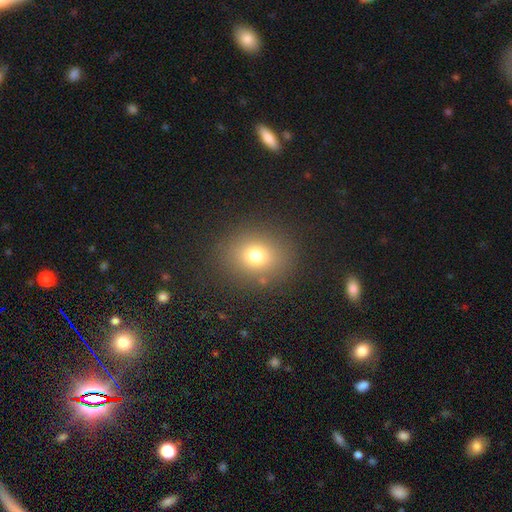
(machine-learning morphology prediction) smooth 75%, star or artifact 16%, featured or disk 9%. Down the decision tree: how rounded — round (65%); merging — none (86%).